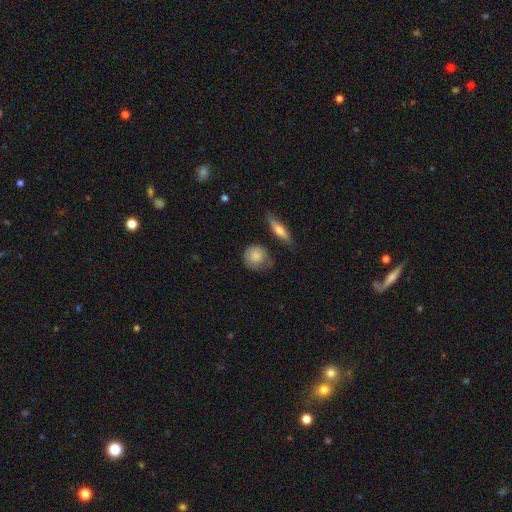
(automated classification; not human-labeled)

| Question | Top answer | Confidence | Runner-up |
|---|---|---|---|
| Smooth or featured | smooth | 75% | featured or disk (18%) |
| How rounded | round | 79% | in between (17%) |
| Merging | none | 59% | minor disturbance (28%) |